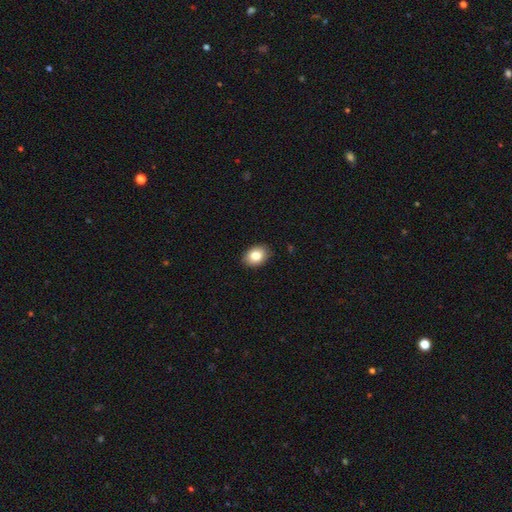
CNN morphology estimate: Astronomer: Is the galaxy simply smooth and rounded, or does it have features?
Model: smooth — 84%.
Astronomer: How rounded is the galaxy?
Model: in between — 75%.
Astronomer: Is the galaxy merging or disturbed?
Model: none — 89%.